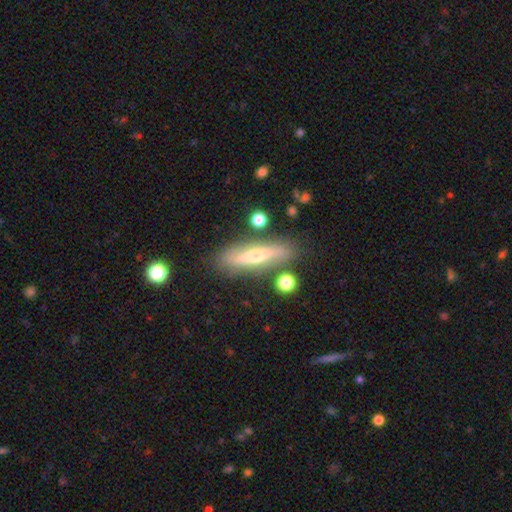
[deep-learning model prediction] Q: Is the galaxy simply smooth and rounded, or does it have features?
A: featured or disk — 53%.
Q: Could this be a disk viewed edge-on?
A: yes — 76%.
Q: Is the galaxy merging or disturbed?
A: none — 81%.